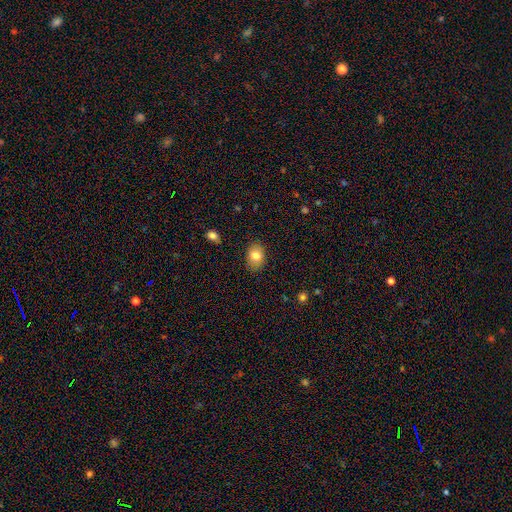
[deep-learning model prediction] This appears to be a smooth galaxy with no disk features (80%) that is in between round and cigar-shaped (74%). Merging: none (84%).